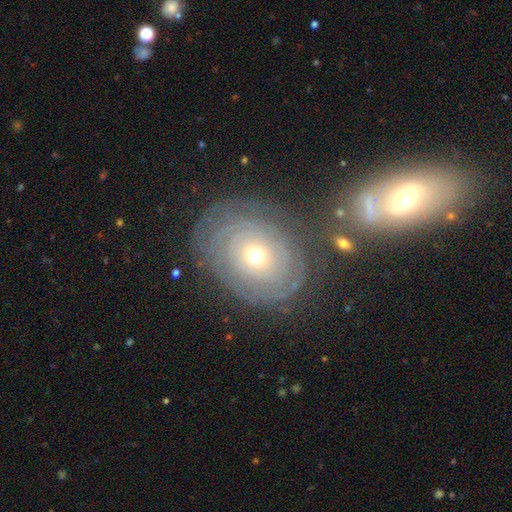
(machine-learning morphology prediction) The model was most divided on "bulge size": moderate: 54%, small: 40%, large: 4%, dominant: 1%, none: 1%. Remaining: edge-on disk — no (96%); bar — no (85%); spiral winding — tight (83%); spiral arms — yes (80%); merging — none (73%); smooth or featured — featured or disk (72%); spiral arm count — can't tell (49%).